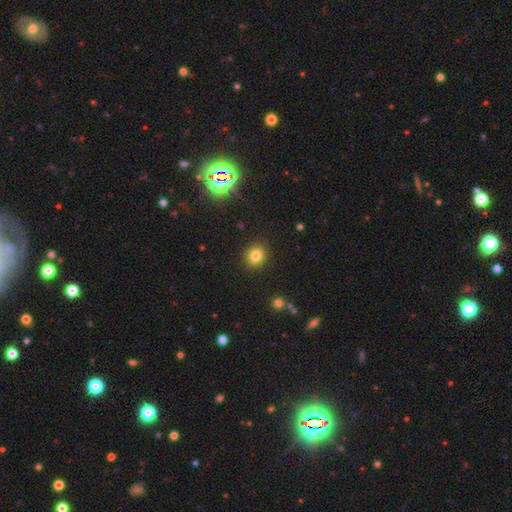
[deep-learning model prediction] smooth_or_featured: smooth (p=0.80) [alt: star or artifact p=0.13]
how_rounded: round (p=0.71) [alt: in between p=0.28]
merging: none (p=0.90) [alt: minor disturbance p=0.07]